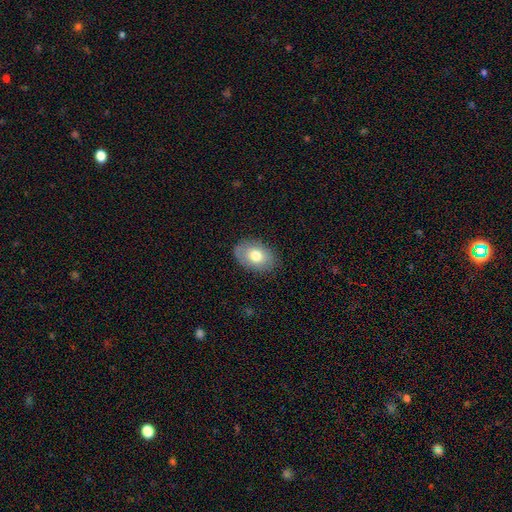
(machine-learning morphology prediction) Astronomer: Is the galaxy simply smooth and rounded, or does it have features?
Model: smooth — 72%.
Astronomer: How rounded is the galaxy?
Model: in between — 84%.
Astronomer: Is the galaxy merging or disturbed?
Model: none — 82%.